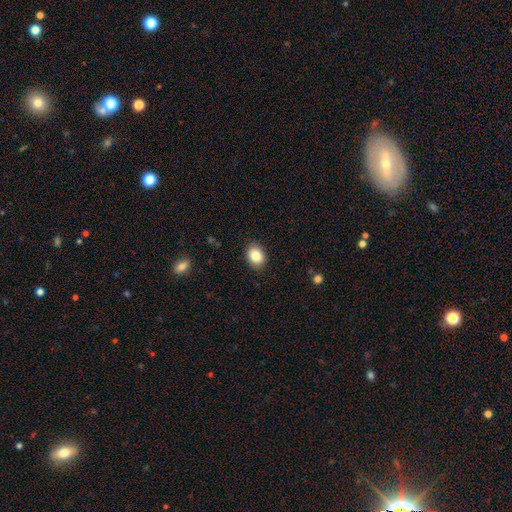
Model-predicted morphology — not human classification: Overall: smooth (86%). How rounded: in between (61%; round 38%). Merging: none (88%).